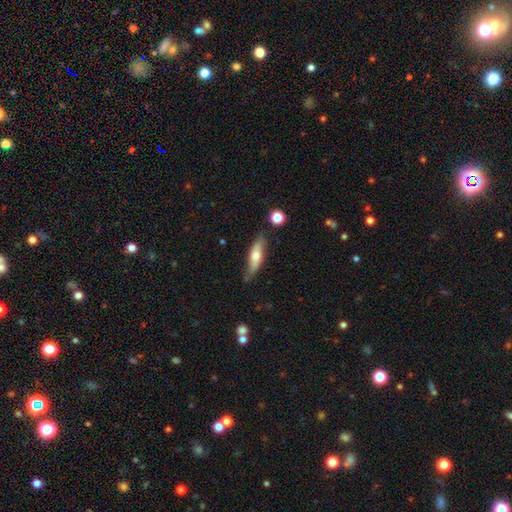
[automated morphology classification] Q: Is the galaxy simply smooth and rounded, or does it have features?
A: smooth — 56%.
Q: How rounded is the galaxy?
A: cigar-shaped — 59%.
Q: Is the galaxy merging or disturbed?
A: none — 71%.